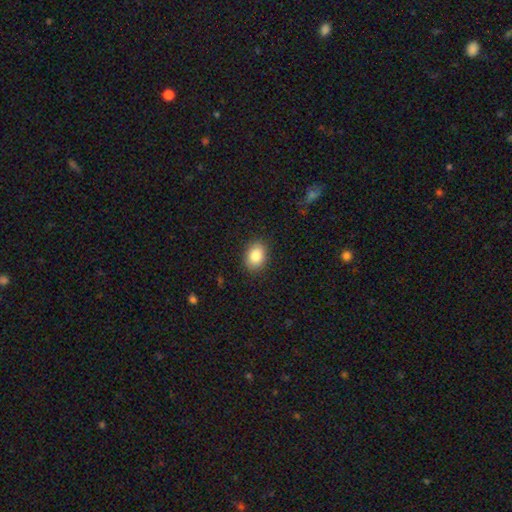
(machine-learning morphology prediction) The model was most divided on "how rounded": in between: 73%, round: 26%, cigar-shaped: 1%. More confident: merging — none (89%); smooth or featured — smooth (86%).